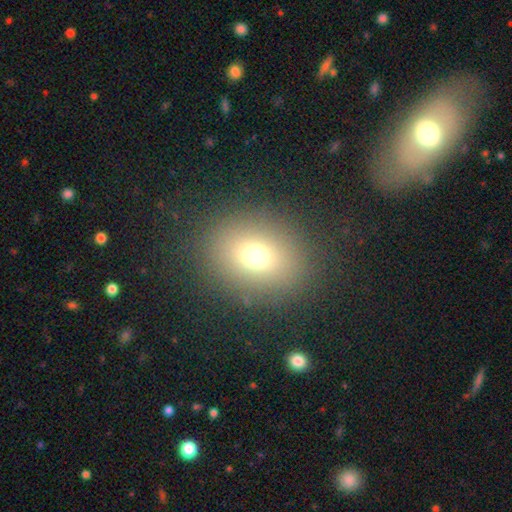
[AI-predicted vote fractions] The model was most divided on "how rounded": round: 57%, in between: 42%, cigar-shaped: 1%. More confident: merging — none (86%); smooth or featured — smooth (72%).